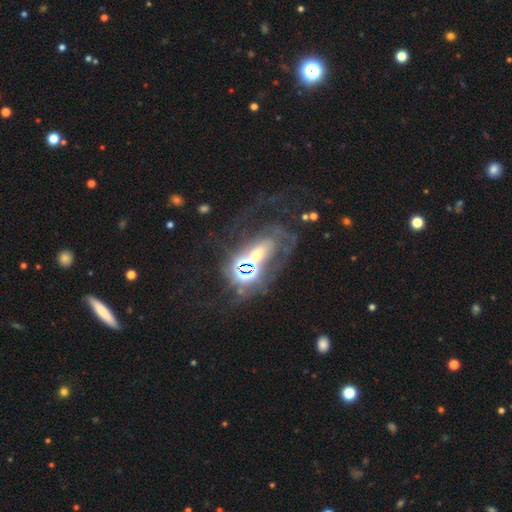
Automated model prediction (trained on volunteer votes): A featured or disk galaxy (50%).

Vote fractions:
- Smooth or featured? featured or disk: 50% / star or artifact: 33% / smooth: 18%
- Merging? none: 36% / major disturbance: 35% / minor disturbance: 15% / merger: 14%